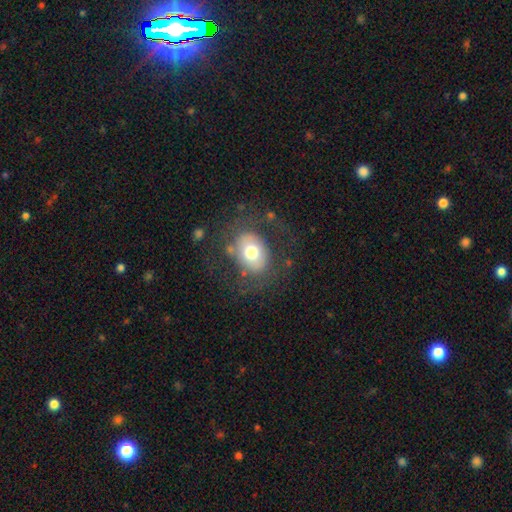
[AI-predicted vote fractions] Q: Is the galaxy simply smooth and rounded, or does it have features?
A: smooth — 57%.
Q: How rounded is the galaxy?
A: in between — 50%.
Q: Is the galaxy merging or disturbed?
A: none — 70%.